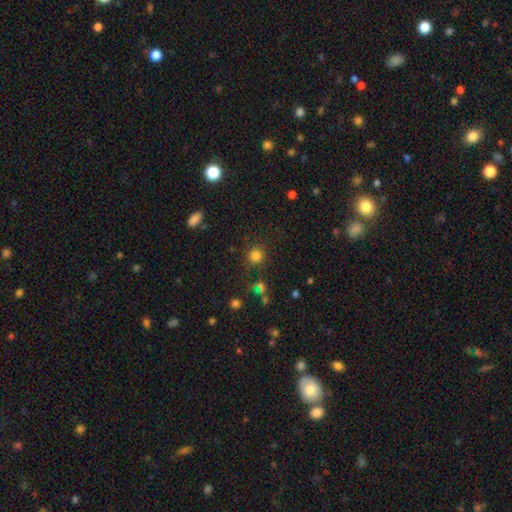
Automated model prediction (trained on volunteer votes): This is likely a smooth galaxy (78%). How rounded: clearly round (90%). Merging: clearly none (84%).